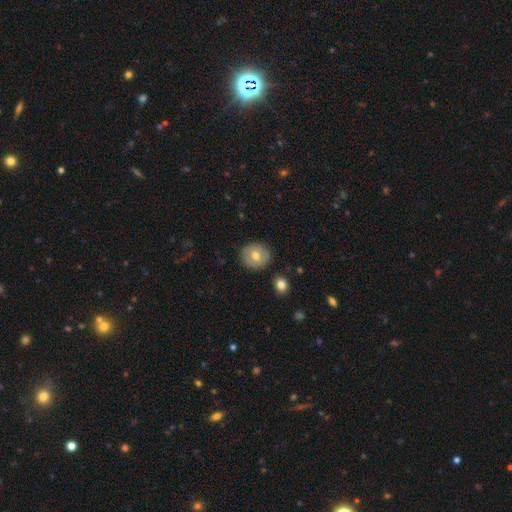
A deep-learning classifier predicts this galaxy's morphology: Smooth or featured: smooth — 65% (featured or disk — 27%)
How rounded: round — 84% (in between — 15%)
Merging: none — 87% (minor disturbance — 9%)